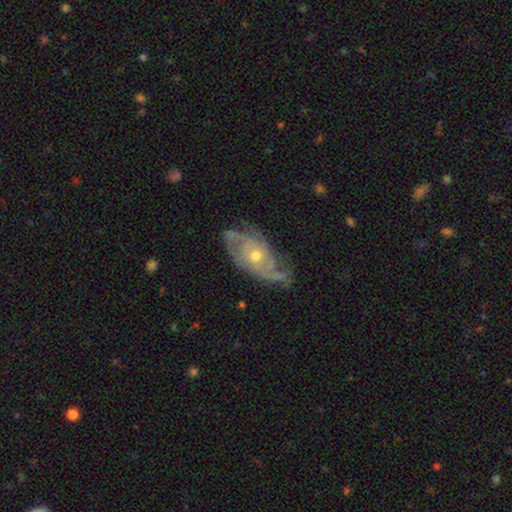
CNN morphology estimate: smooth_or_featured: featured or disk (p=0.85) [alt: smooth p=0.09]
disk_edge_on: no (p=0.94) [alt: yes p=0.06]
bar: no (p=0.74) [alt: weak p=0.21]
has_spiral_arms: yes (p=0.94) [alt: no p=0.06]
spiral_winding: tight (p=0.42) [alt: medium p=0.41]
spiral_arm_count: 2 (p=0.30) [alt: 3 p=0.27]
bulge_size: moderate (p=0.53) [alt: small p=0.44]
merging: none (p=0.65) [alt: minor disturbance p=0.23]